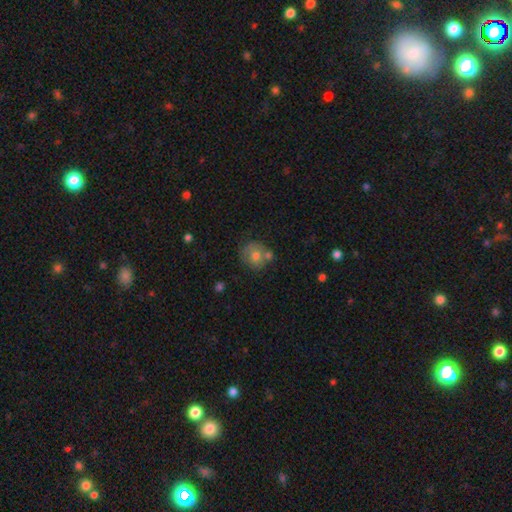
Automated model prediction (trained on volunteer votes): smooth 70%, featured or disk 21%, star or artifact 9%. Down the decision tree: how rounded — round (82%); merging — none (55%).